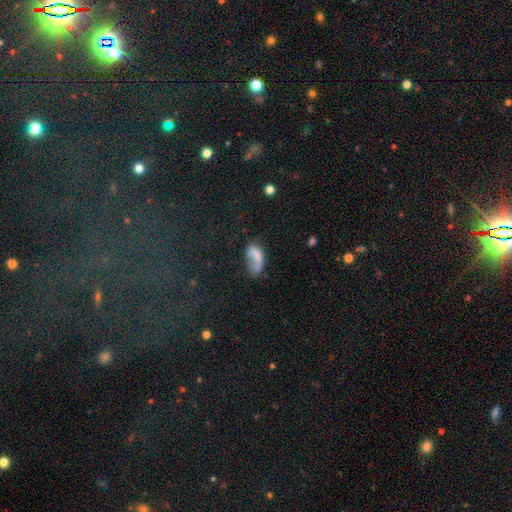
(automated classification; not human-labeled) The model was most divided on "merging": major disturbance: 36%, none: 31%, minor disturbance: 26%, merger: 7%. More confident: how rounded — in between (90%); smooth or featured — smooth (62%).